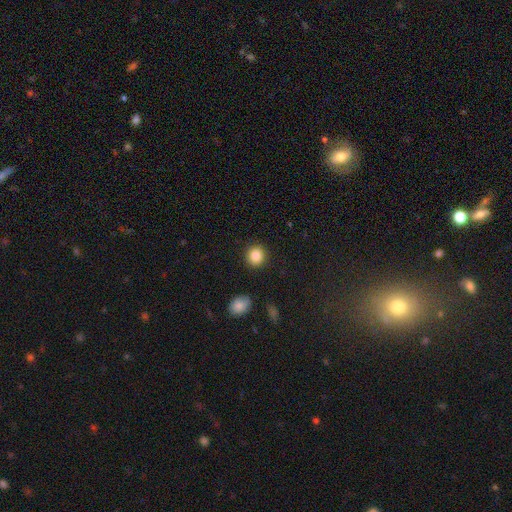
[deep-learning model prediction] smooth 86%, star or artifact 9%, featured or disk 5%. Down the decision tree: how rounded — round (89%); merging — none (90%).